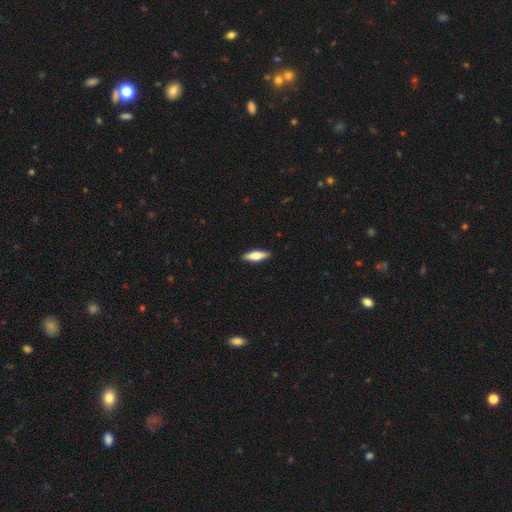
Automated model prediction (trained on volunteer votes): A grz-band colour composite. It shows a smooth galaxy with no disk features (58%) that is cigar-shaped (51%). Merging: none (90%).